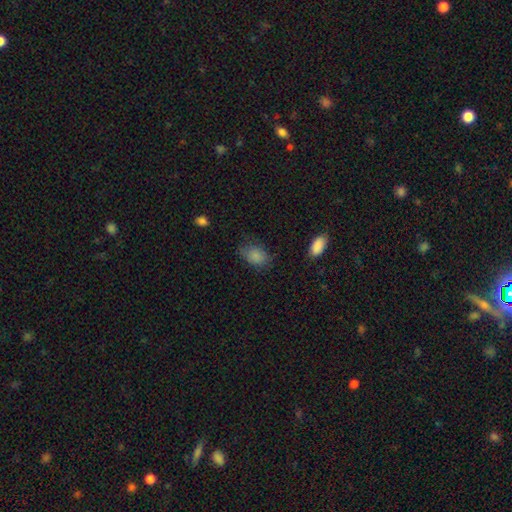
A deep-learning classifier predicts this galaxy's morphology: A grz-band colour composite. It shows a smooth galaxy with no disk features (85%) that is in between round and cigar-shaped (84%). Merging: none (68%).